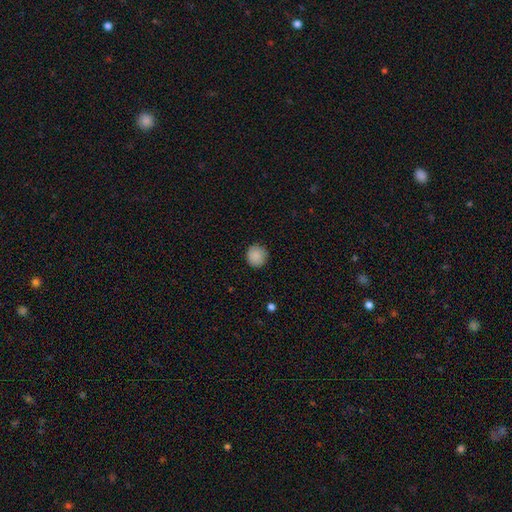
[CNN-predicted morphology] Overall: smooth (88%). How rounded: round (94%). Merging: none (90%).